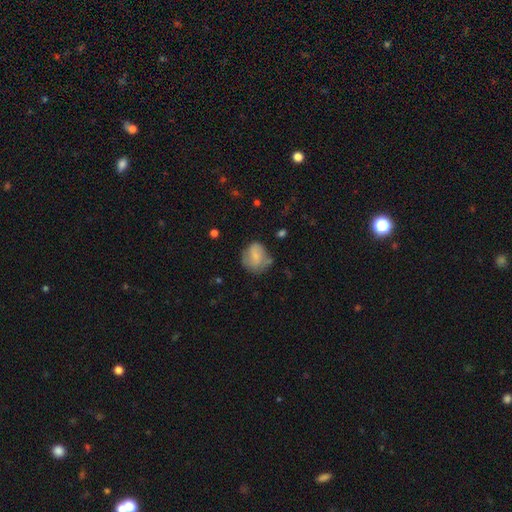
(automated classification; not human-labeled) Q: Smooth or featured?
A: smooth (66%); runner-up: featured or disk (26%)
Q: How rounded?
A: round (63%); runner-up: in between (36%)
Q: Merging?
A: none (52%); runner-up: minor disturbance (29%)